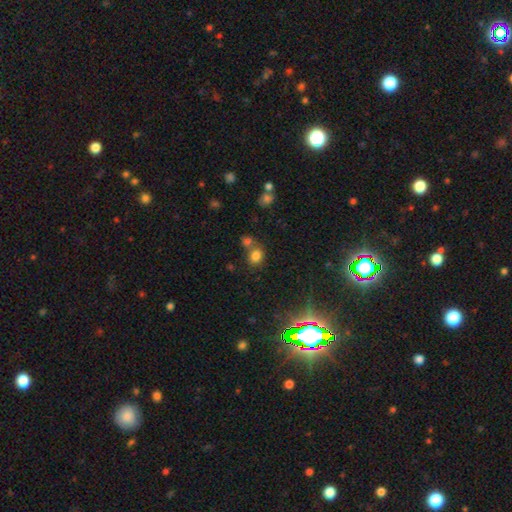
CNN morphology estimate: Smooth or featured? Predicted: smooth (p=0.77). How rounded? Predicted: round (p=0.58). Merging? Predicted: none (p=0.57).